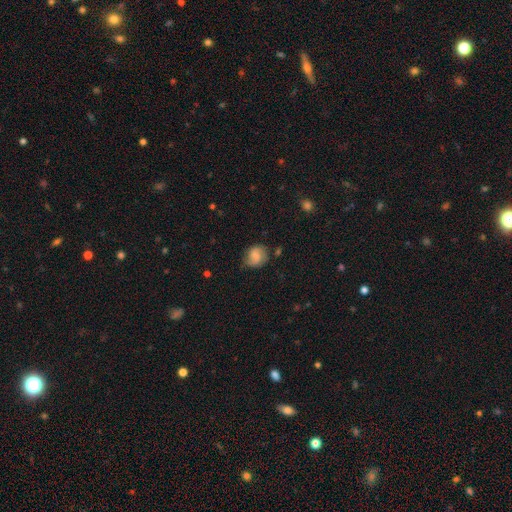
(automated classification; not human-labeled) smooth 58%, featured or disk 33%, star or artifact 9%. Down the decision tree: how rounded — round (67%); merging — none (64%).